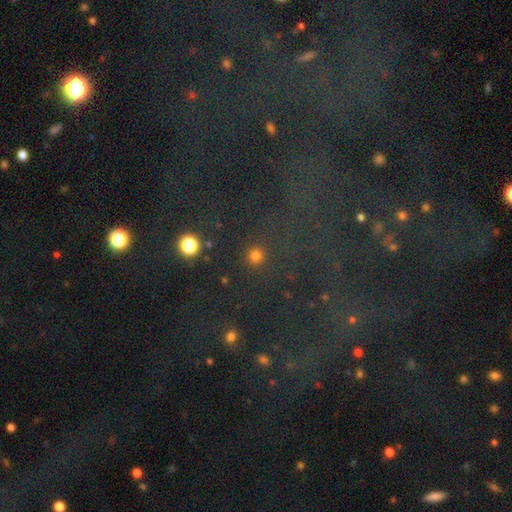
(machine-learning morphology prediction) smooth 74%, star or artifact 22%, featured or disk 4%. Down the decision tree: how rounded — round (94%); merging — none (89%).